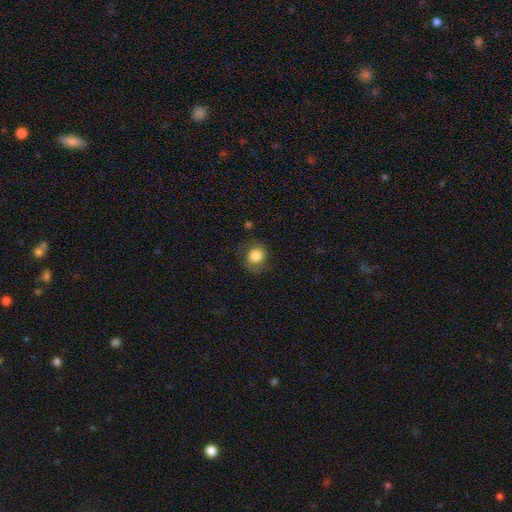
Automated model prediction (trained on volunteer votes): Smooth or featured? Predicted: smooth (p=0.75). How rounded? Predicted: round (p=0.80). Merging? Predicted: none (p=0.67).